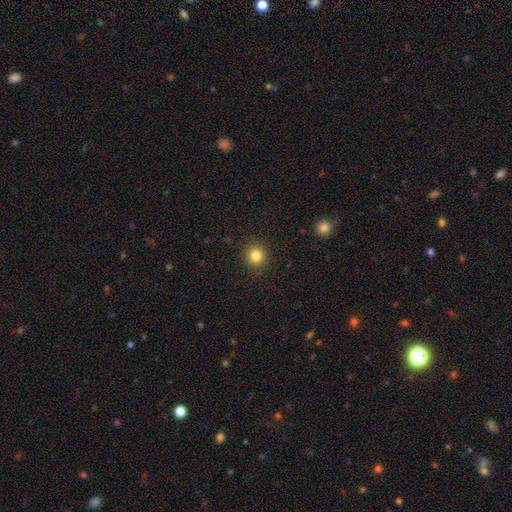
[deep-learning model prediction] smooth-or-featured: smooth: 82% | star or artifact: 12% | featured or disk: 6%
  how-rounded: round: 91% | in between: 8% | cigar-shaped: 1%
  merging: none: 91% | minor disturbance: 6% | major disturbance: 2% | merger: 1%